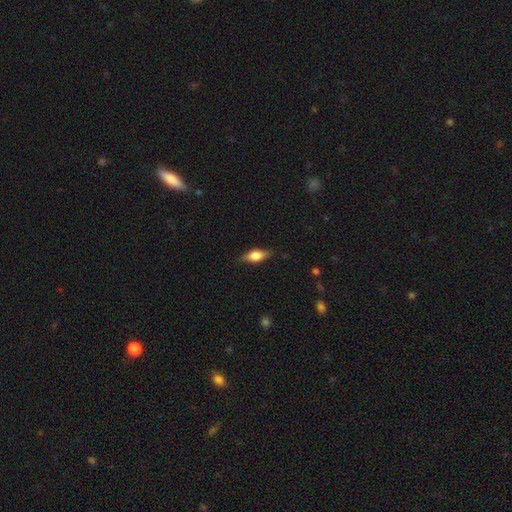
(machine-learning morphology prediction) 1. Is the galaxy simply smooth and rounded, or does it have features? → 54% smooth, 38% featured or disk, 8% star or artifact.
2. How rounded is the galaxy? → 70% in between, 25% cigar-shaped, 5% round.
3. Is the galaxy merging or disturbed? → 83% none, 13% minor disturbance, 3% major disturbance, 1% merger.